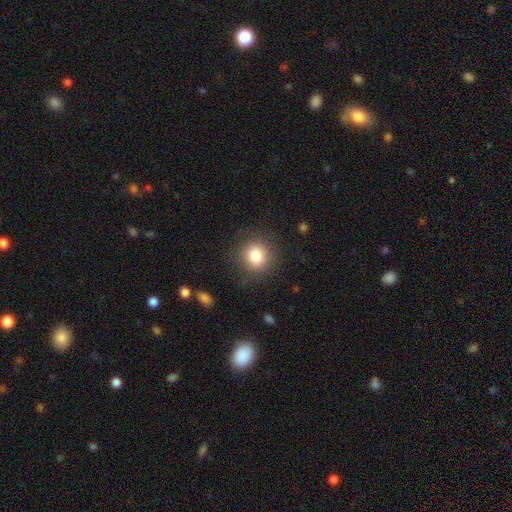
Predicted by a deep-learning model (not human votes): Morphology: type=smooth (82%); roundness=round (87%); merging=none (86%).